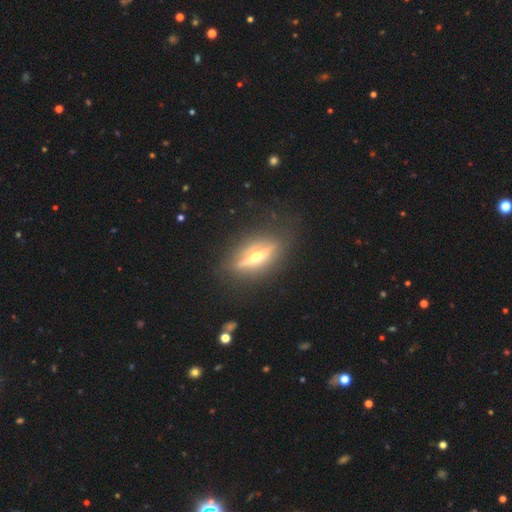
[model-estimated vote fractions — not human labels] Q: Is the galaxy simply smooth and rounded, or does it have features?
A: featured or disk — 77%.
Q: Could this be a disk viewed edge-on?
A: yes — 90%.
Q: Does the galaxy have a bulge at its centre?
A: rounded — 96%.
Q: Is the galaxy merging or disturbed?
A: none — 84%.